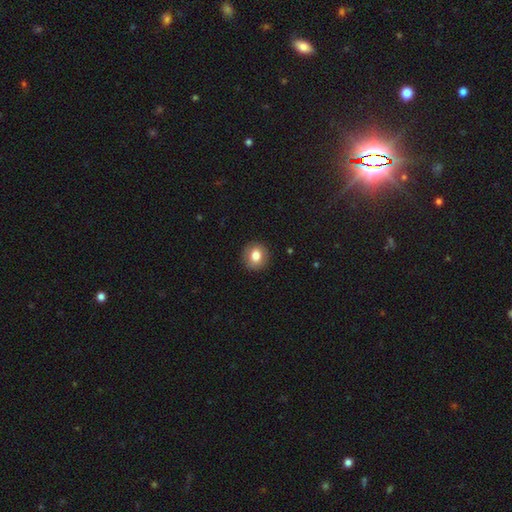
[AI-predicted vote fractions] Overall: smooth (81%). How rounded: round (84%). Merging: none (90%).